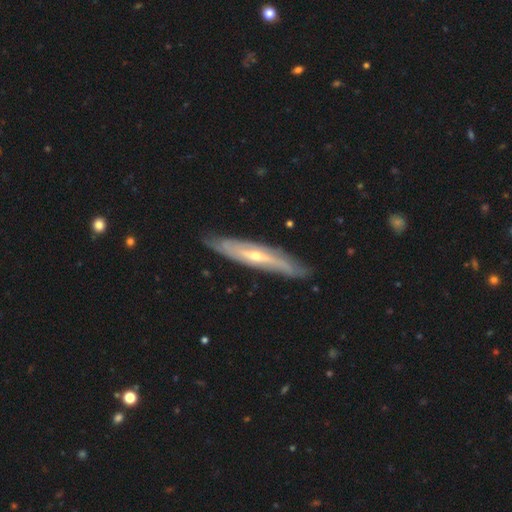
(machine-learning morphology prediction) Smooth or featured?
  - featured or disk: 74% *
  - smooth: 21%
  - star or artifact: 5%
Edge-on disk?
  - yes: 58% *
  - no: 42%
Merging?
  - none: 81% *
  - minor disturbance: 15%
  - major disturbance: 3%
  - merger: 1%